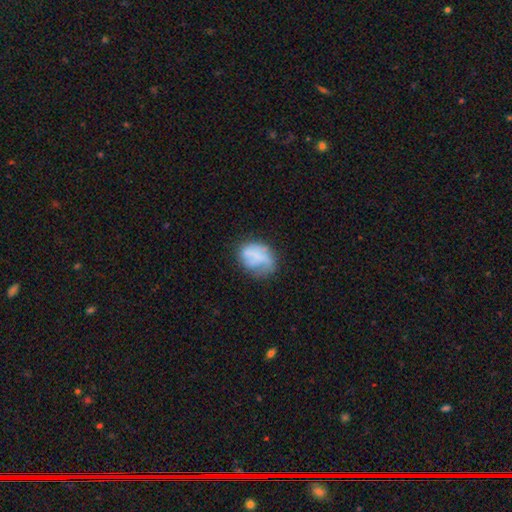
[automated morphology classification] Smooth or featured? smooth (60%)
How rounded? in between (62%)
Merging? none (43%)